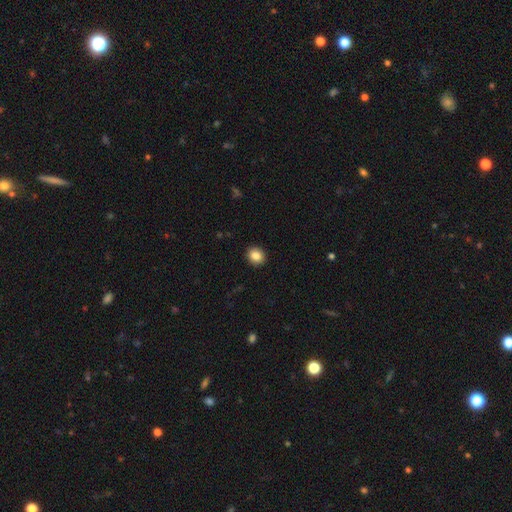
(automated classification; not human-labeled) The model was most divided on "how rounded": round: 73%, in between: 26%, cigar-shaped: 1%. More confident: merging — none (92%); smooth or featured — smooth (86%).